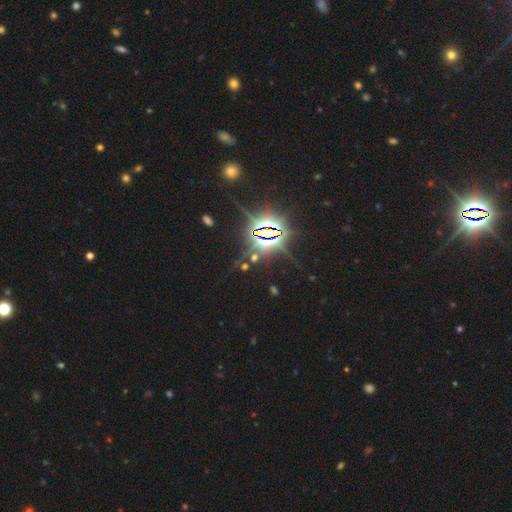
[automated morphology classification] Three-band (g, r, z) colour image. It shows a star or artifact, not a galaxy (85%).